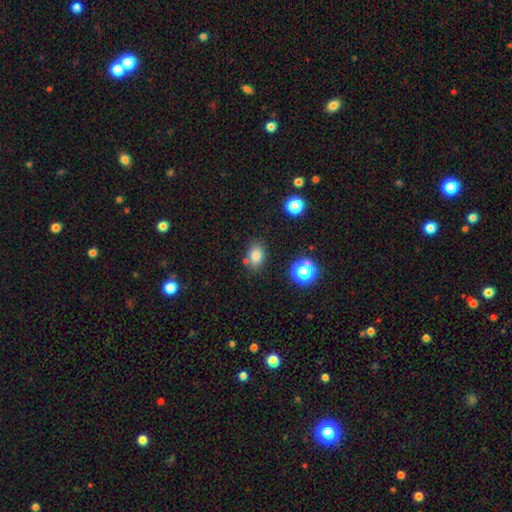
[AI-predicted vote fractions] Smooth or featured?
  - smooth: 81% *
  - star or artifact: 12%
  - featured or disk: 7%
How rounded?
  - in between: 68% *
  - round: 31%
  - cigar-shaped: 1%
Merging?
  - none: 74% *
  - minor disturbance: 14%
  - merger: 8%
  - major disturbance: 4%